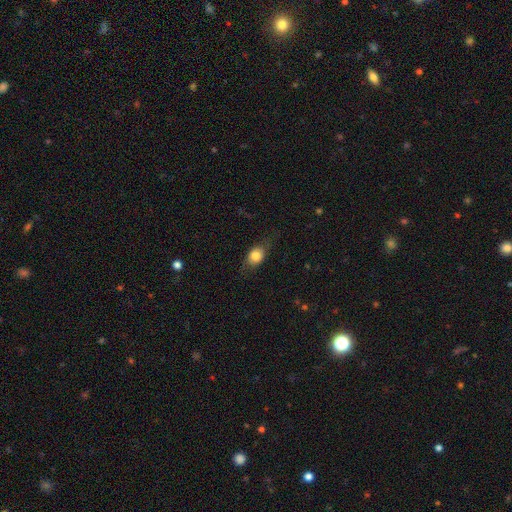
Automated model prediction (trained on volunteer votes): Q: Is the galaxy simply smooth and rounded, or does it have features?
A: smooth — 73%.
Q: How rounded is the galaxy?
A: in between — 63%.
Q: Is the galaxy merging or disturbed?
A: none — 69%.